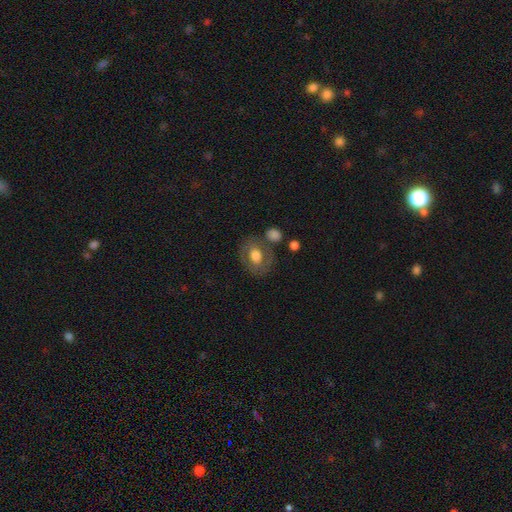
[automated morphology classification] This appears to be a smooth galaxy with no disk features (54%) that is in between round and cigar-shaped (54%). Merging: none (70%).